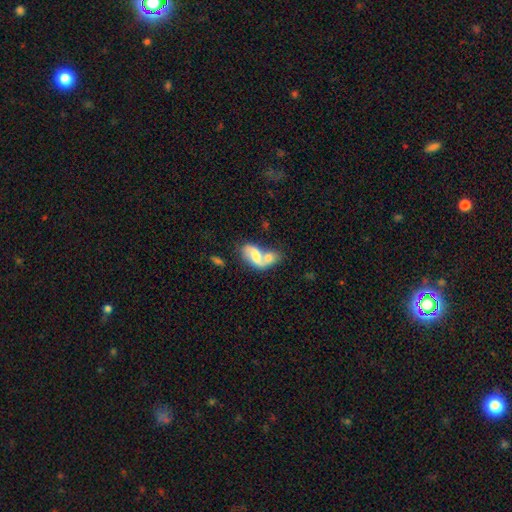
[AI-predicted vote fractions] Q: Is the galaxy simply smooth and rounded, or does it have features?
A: featured or disk — 54%.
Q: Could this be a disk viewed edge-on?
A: no — 95%.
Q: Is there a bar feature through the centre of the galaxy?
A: no — 45%.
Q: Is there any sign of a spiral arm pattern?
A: yes — 75%.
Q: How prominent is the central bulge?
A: moderate — 43%.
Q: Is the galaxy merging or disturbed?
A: merger — 64%.